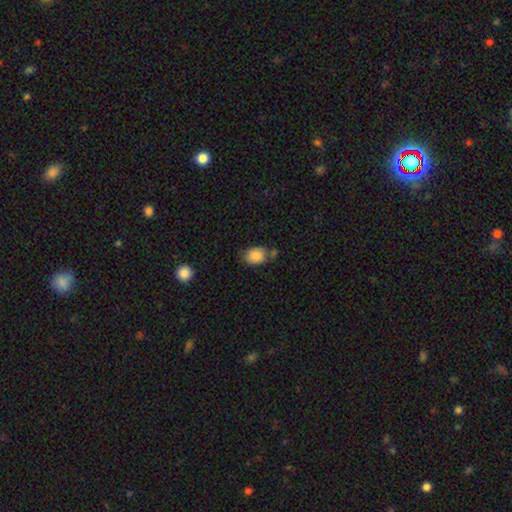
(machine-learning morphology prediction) The model was most divided on "merging": none: 61%, minor disturbance: 21%, merger: 13%, major disturbance: 6%. More confident: smooth or featured — smooth (85%); how rounded — in between (71%).